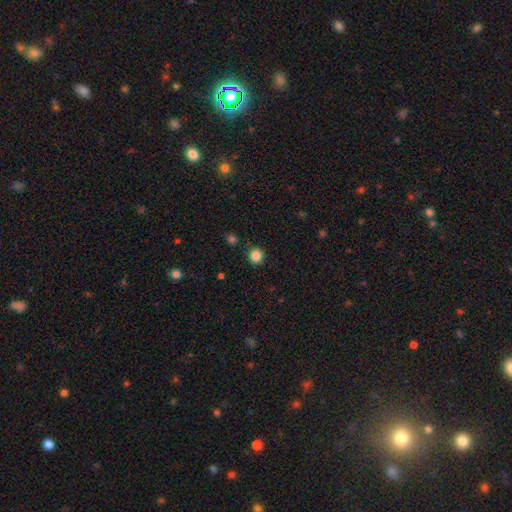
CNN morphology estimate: A smooth galaxy with no disk features (85%) that is round (90%). Merging: none (89%).